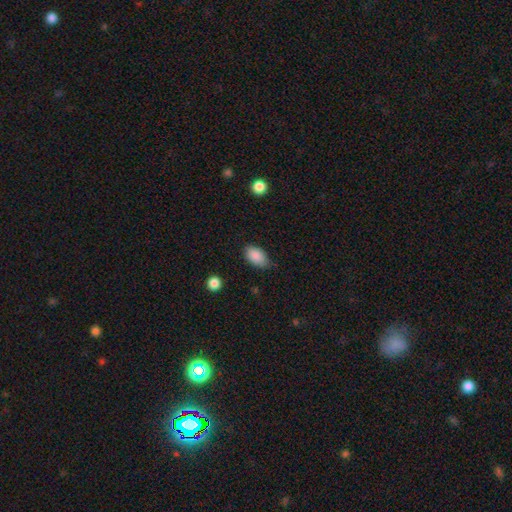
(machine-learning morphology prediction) smooth-or-featured: smooth: 89% | star or artifact: 7% | featured or disk: 4%
  how-rounded: in between: 92% | round: 7% | cigar-shaped: 1%
  merging: none: 73% | minor disturbance: 22% | major disturbance: 4% | merger: 1%